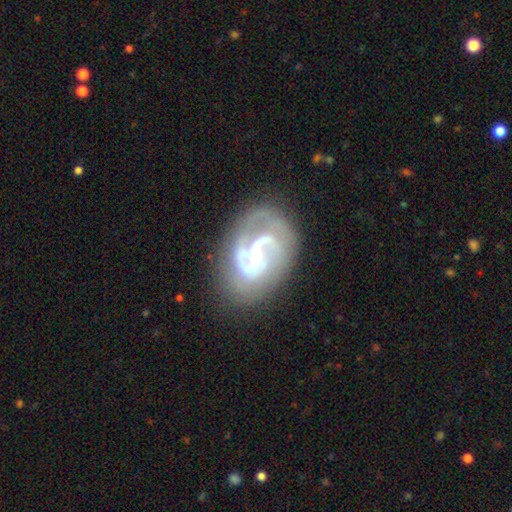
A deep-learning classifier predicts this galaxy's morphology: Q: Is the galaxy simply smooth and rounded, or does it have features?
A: featured or disk — 86%.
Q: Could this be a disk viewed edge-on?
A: no — 98%.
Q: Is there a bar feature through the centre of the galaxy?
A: no — 45%.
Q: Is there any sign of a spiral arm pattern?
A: yes — 93%.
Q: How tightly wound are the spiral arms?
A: medium — 50%.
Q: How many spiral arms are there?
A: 2 — 64%.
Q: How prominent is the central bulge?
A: small — 63%.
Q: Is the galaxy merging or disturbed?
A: none — 65%.